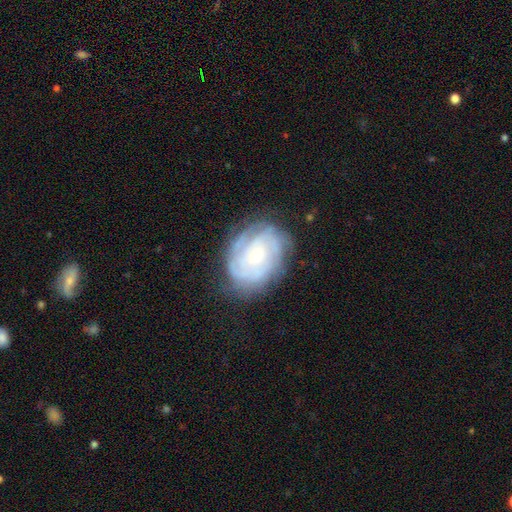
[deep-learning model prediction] Smooth or featured: featured or disk — 79% (smooth — 14%)
Edge-on disk: no — 97% (yes — 3%)
Bar: no — 74% (weak — 21%)
Spiral arms: yes — 92% (no — 8%)
Spiral winding: tight — 73% (medium — 21%)
Spiral arm count: can't tell — 43% (3 — 16%)
Bulge size: small — 65% (moderate — 31%)
Merging: none — 74% (minor disturbance — 19%)